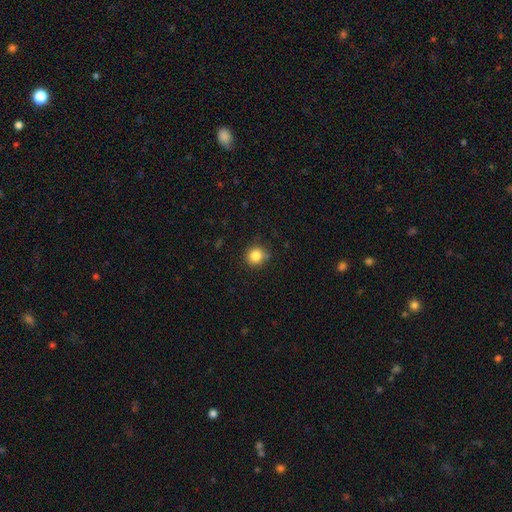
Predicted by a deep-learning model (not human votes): The model was most divided on "merging": none: 81%, minor disturbance: 15%, major disturbance: 3%, merger: 2%. More confident: how rounded — round (89%); smooth or featured — smooth (84%).